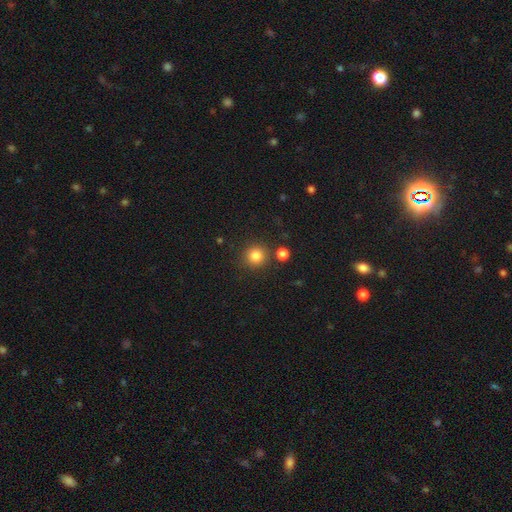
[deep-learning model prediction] The model was most divided on "smooth or featured": smooth: 83%, star or artifact: 12%, featured or disk: 5%. More confident: how rounded — round (92%); merging — none (84%).